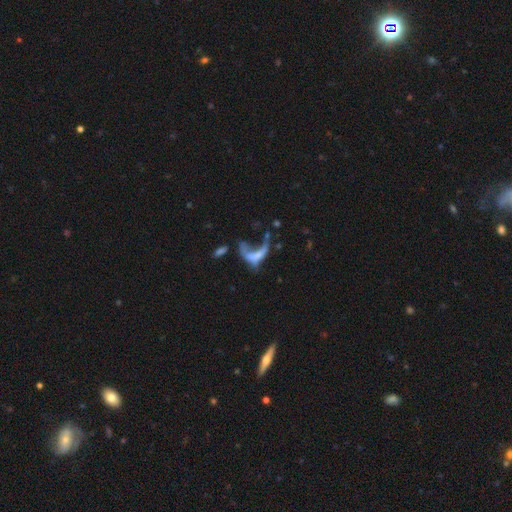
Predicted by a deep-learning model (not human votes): A featured or disk galaxy (47%).

Vote fractions:
- Smooth or featured? featured or disk: 47% / smooth: 40% / star or artifact: 14%
- Merging? major disturbance: 52% / merger: 22% / none: 16% / minor disturbance: 10%